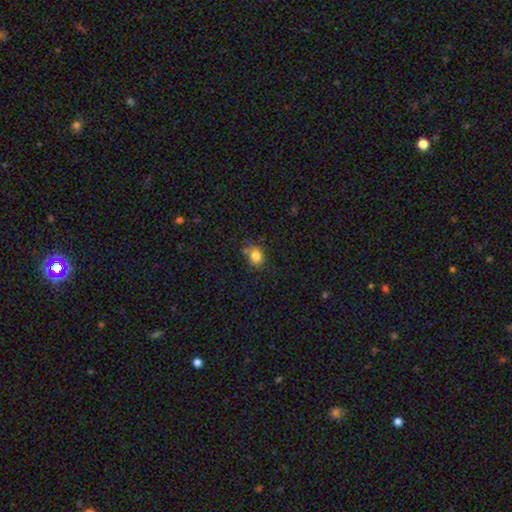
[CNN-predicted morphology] Smooth or featured?
  - smooth: 81% *
  - star or artifact: 11%
  - featured or disk: 7%
How rounded?
  - round: 51% *
  - in between: 48%
  - cigar-shaped: 1%
Merging?
  - none: 63% *
  - minor disturbance: 21%
  - merger: 10%
  - major disturbance: 6%